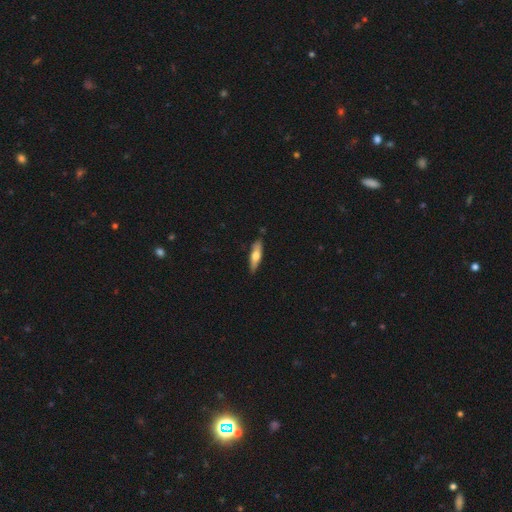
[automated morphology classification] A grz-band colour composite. It shows a smooth galaxy with no disk features (57%) that is cigar-shaped (64%). Merging: none (84%).